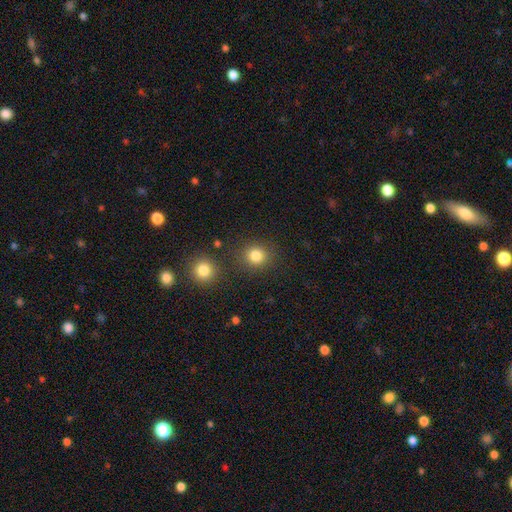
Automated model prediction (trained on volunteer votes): Smooth or featured: smooth — 83% (star or artifact — 12%)
How rounded: round — 86% (in between — 13%)
Merging: none — 83% (minor disturbance — 8%)